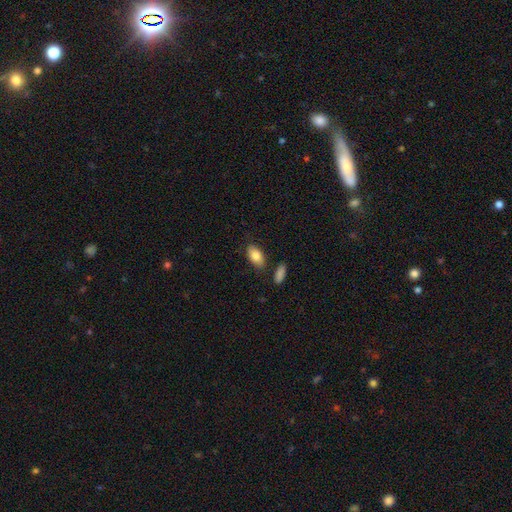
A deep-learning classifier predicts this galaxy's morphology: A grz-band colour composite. It shows a smooth galaxy with no disk features (84%) that is in between round and cigar-shaped (93%). Merging: none (80%).